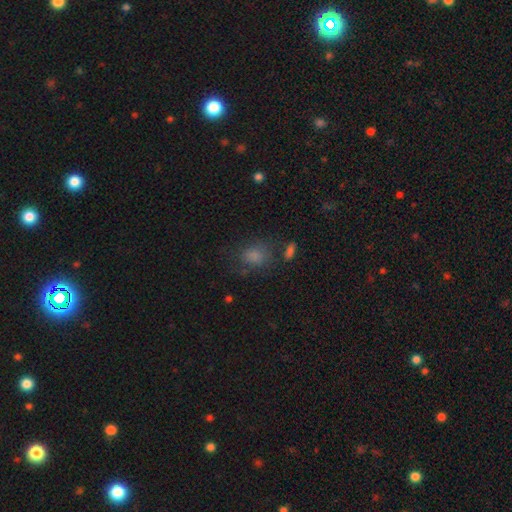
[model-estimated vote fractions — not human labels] Morphology: type=smooth (69%); roundness=in between (52%); merging=none (61%).